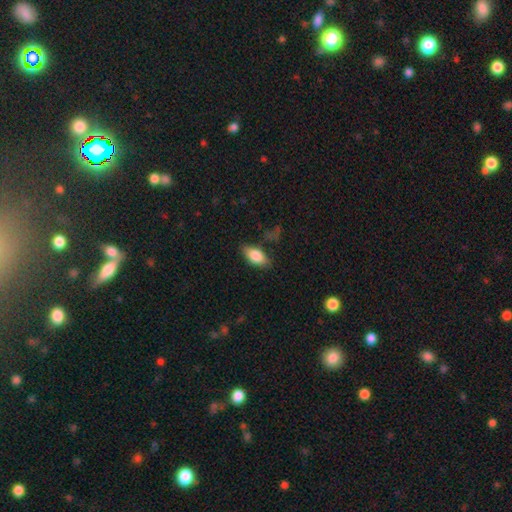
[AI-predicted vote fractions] Smooth or featured? smooth (81%)
How rounded? in between (87%)
Merging? none (78%)